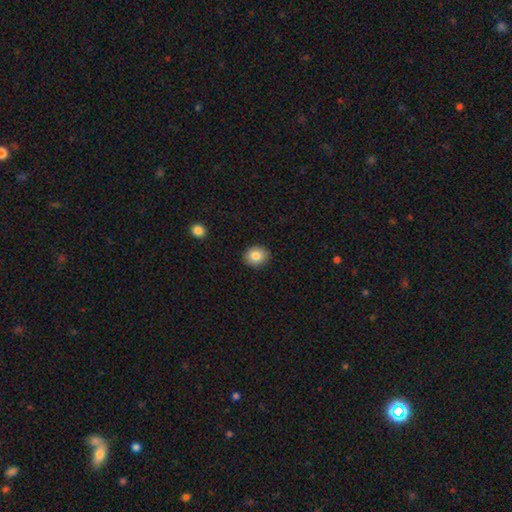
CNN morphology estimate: Smooth or featured: smooth — 84% (star or artifact — 9%)
How rounded: round — 61% (in between — 39%)
Merging: none — 90% (minor disturbance — 7%)